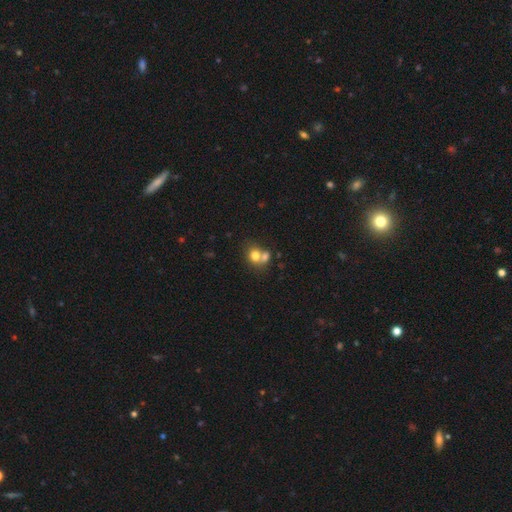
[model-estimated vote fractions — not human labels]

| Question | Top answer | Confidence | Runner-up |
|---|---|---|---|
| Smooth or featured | smooth | 74% | featured or disk (15%) |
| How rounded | round | 68% | in between (31%) |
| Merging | merger | 54% | none (35%) |